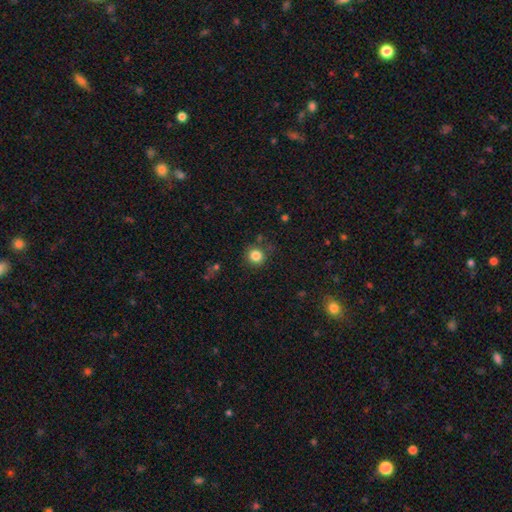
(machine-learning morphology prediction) The model was most divided on "merging": none: 81%, minor disturbance: 12%, major disturbance: 4%, merger: 3%. More confident: how rounded — round (91%); smooth or featured — smooth (84%).